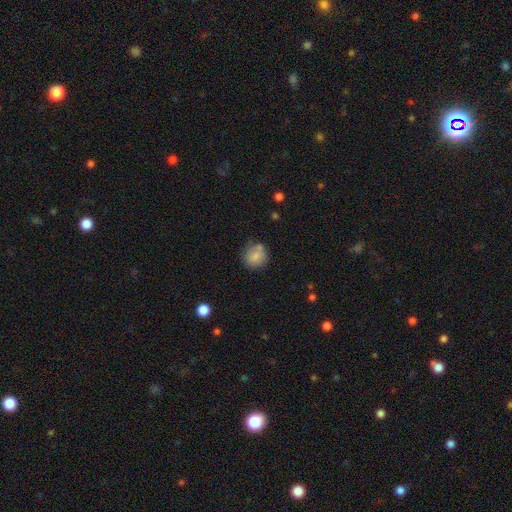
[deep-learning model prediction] A smooth galaxy with no disk features (80%) that is round (85%).

Vote fractions:
- Smooth or featured? smooth: 80% / featured or disk: 11% / star or artifact: 9%
- How rounded? round: 85% / in between: 14% / cigar-shaped: 1%
- Merging? none: 67% / minor disturbance: 19% / merger: 9% / major disturbance: 5%